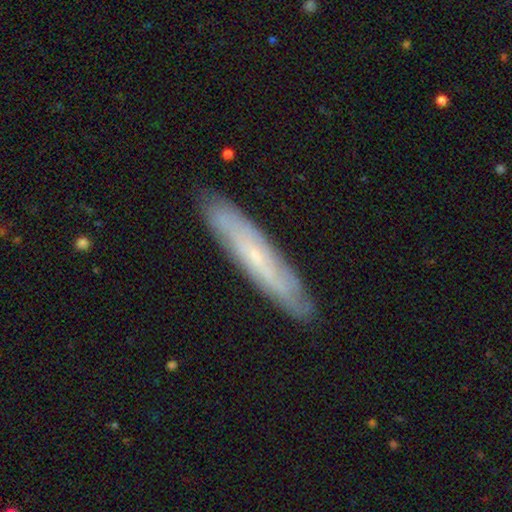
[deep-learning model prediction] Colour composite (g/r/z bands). It shows a featured or disk galaxy (61%) viewed edge-on (58%). Merging: none (87%).